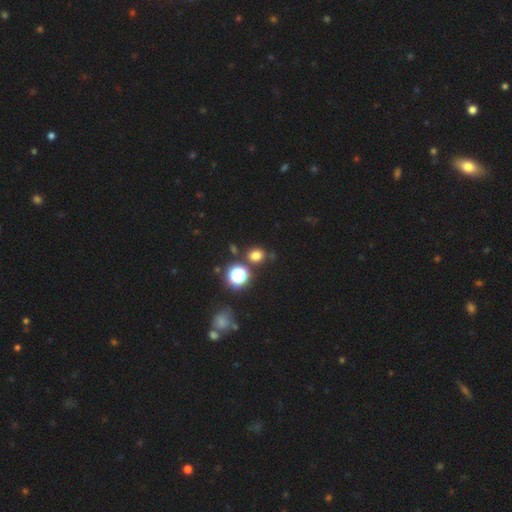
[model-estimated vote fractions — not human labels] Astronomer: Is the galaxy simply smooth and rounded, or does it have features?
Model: smooth — 71%.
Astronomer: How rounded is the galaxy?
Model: round — 66%.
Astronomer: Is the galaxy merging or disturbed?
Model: none — 80%.